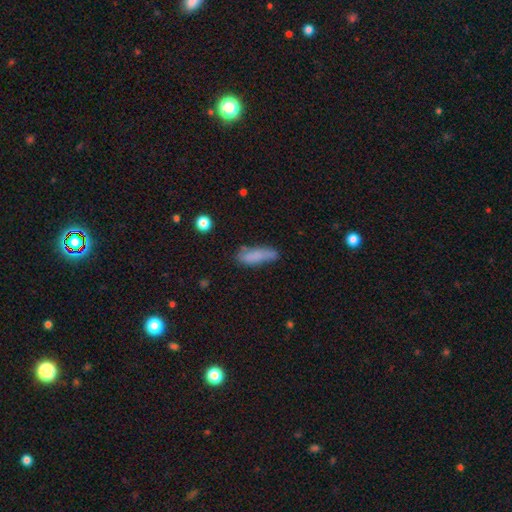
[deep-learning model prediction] Overall: smooth (77%). How rounded: cigar-shaped (54%; in between 43%). Merging: none (61%; minor disturbance 26%).